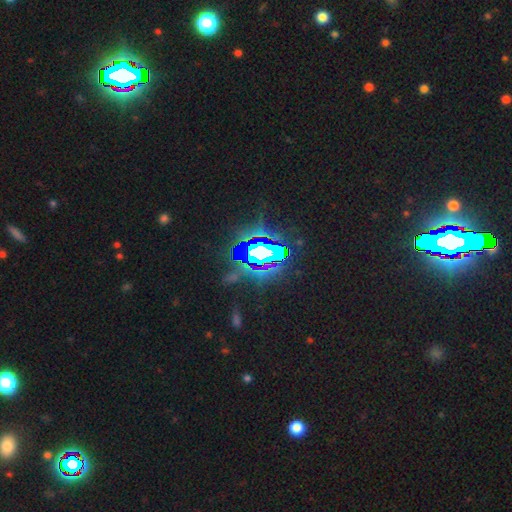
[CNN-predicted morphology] smooth-or-featured: star or artifact: 83% | smooth: 9% | featured or disk: 8%